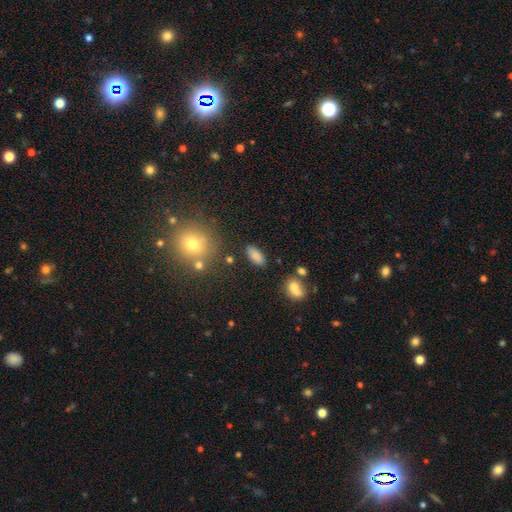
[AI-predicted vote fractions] A smooth galaxy with no disk features (84%) that is in between round and cigar-shaped (87%). Merging: none (84%).